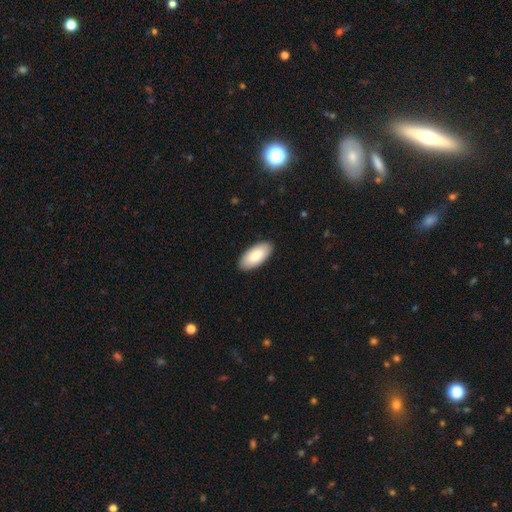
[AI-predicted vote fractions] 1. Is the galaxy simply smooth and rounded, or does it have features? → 83% smooth, 12% featured or disk, 5% star or artifact.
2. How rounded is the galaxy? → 94% in between, 5% cigar-shaped, 2% round.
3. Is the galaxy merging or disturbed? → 90% none, 8% minor disturbance, 2% major disturbance, 1% merger.